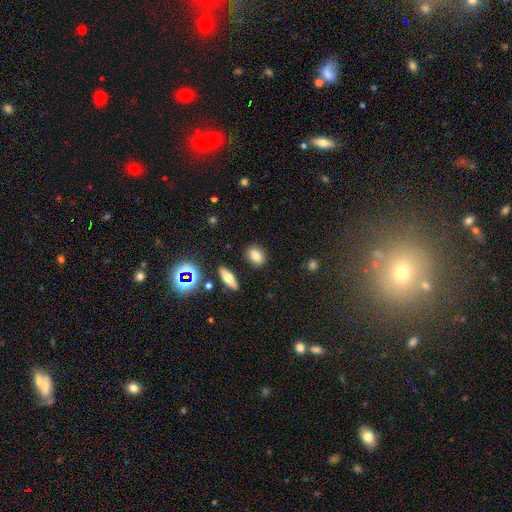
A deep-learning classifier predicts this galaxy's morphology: type=smooth (79%); roundness=in between (65%); merging=none (87%).